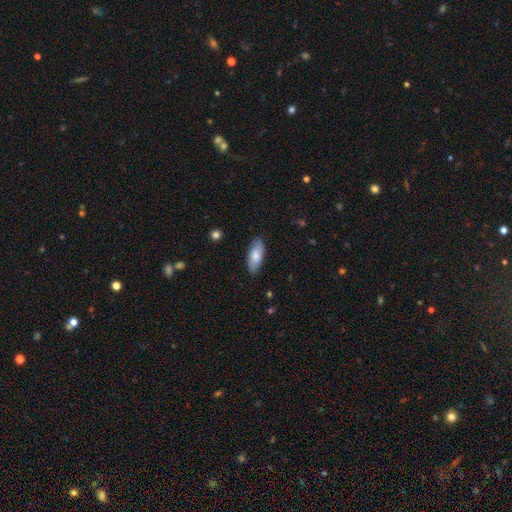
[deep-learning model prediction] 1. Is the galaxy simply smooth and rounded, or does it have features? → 70% smooth, 25% featured or disk, 6% star or artifact.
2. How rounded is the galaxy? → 83% in between, 15% cigar-shaped, 2% round.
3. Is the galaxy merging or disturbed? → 84% none, 13% minor disturbance, 2% major disturbance, 1% merger.